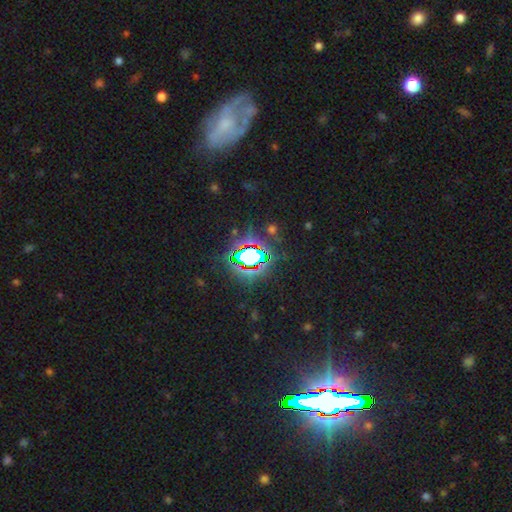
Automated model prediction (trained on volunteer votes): A star or artifact, not a galaxy (73%).